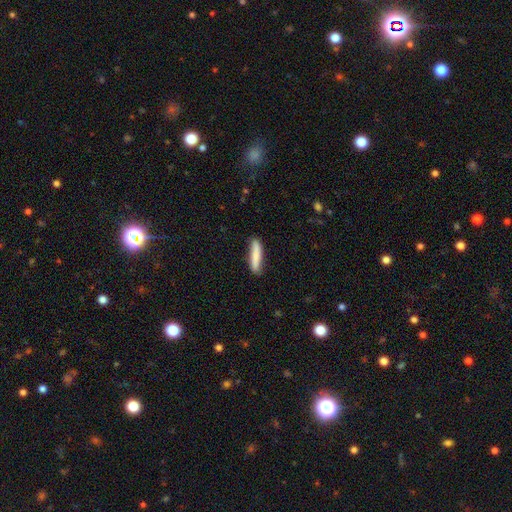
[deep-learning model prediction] Smooth or featured? smooth (79%)
How rounded? cigar-shaped (86%)
Merging? none (82%)